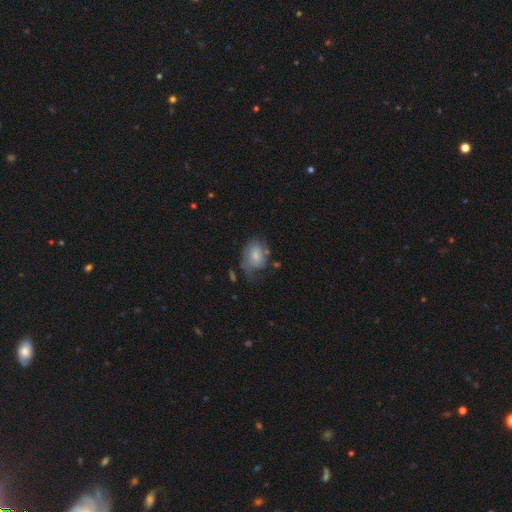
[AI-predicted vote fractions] Morphology: type=smooth (63%); roundness=in between (71%); merging=none (39%).